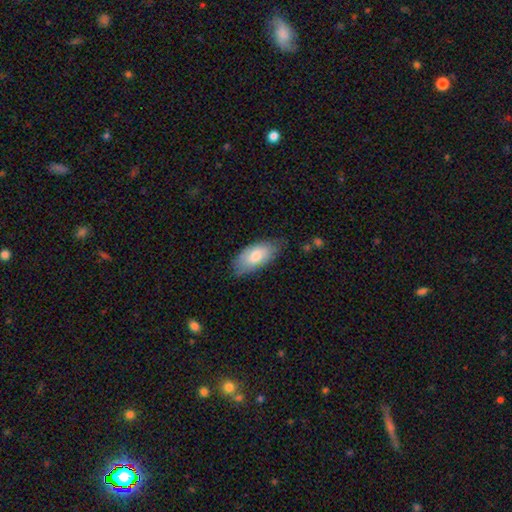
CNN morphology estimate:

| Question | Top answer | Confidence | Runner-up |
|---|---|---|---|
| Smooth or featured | smooth | 76% | featured or disk (18%) |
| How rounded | in between | 90% | cigar-shaped (7%) |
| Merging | none | 69% | minor disturbance (25%) |